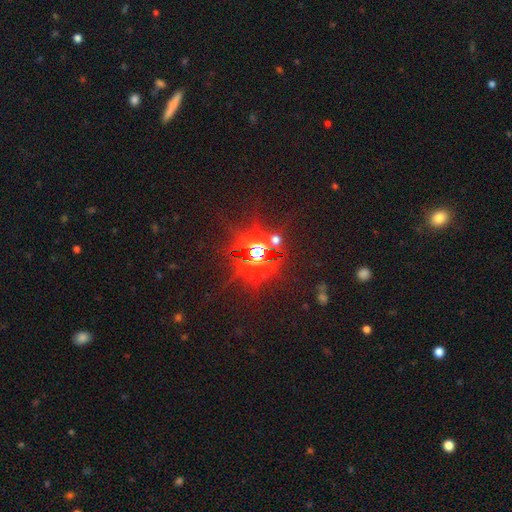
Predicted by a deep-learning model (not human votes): Smooth or featured?
  - star or artifact: 78% *
  - smooth: 13%
  - featured or disk: 9%